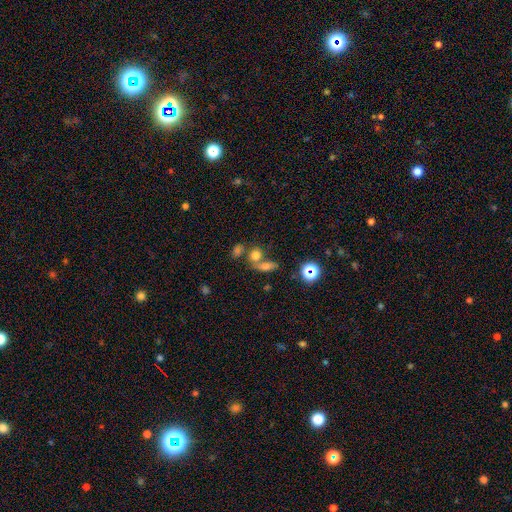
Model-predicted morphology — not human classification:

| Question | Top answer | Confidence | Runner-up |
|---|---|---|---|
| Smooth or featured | smooth | 69% | star or artifact (18%) |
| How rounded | round | 49% | in between (45%) |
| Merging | merger | 44% | none (41%) |